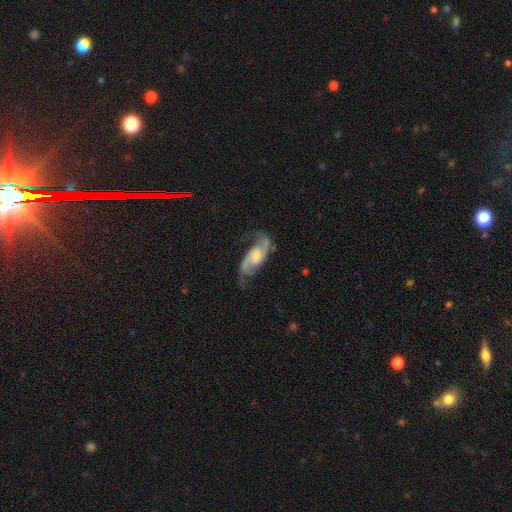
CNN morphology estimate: Q: Smooth or featured?
A: featured or disk (87%); runner-up: smooth (8%)
Q: Edge-on disk?
A: no (95%); runner-up: yes (5%)
Q: Bar?
A: no (47%); runner-up: weak (41%)
Q: Spiral arms?
A: yes (97%); runner-up: no (3%)
Q: Spiral winding?
A: medium (49%); runner-up: loose (38%)
Q: Spiral arm count?
A: 2 (92%); runner-up: can't tell (3%)
Q: Bulge size?
A: moderate (36%); runner-up: small (26%)
Q: Merging?
A: none (68%); runner-up: minor disturbance (19%)